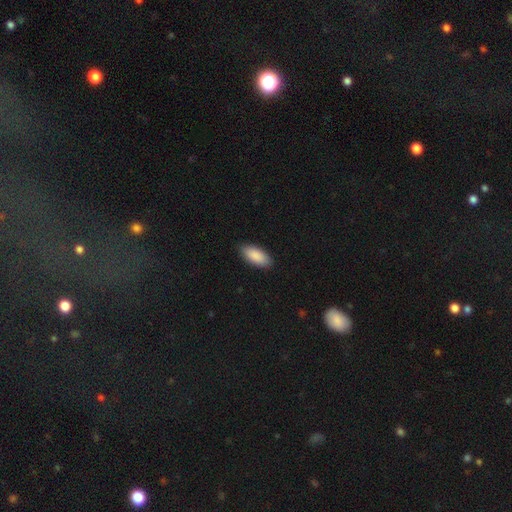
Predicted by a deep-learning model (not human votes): smooth_or_featured: smooth (p=0.90) [alt: star or artifact p=0.06]
how_rounded: in between (p=0.89) [alt: cigar-shaped p=0.09]
merging: none (p=0.88) [alt: minor disturbance p=0.09]